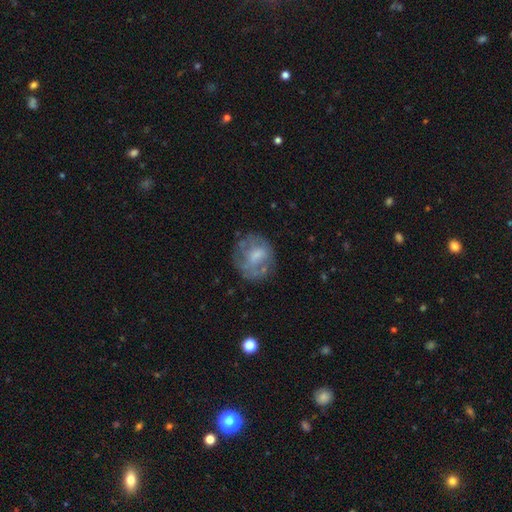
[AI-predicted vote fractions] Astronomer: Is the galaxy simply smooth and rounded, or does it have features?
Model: smooth — 47% (runner-up: featured or disk, 44%).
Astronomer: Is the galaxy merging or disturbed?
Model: none — 62%.